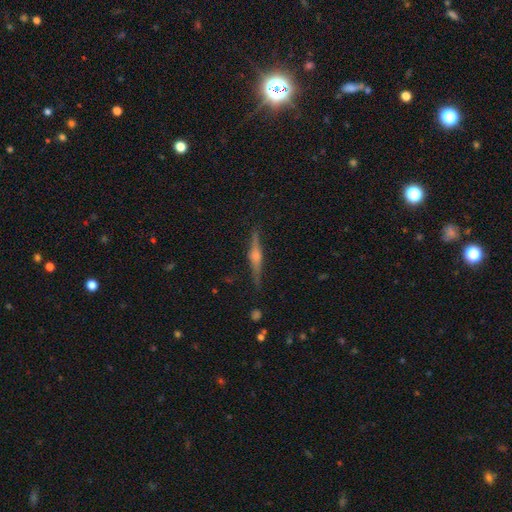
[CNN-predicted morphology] type=featured or disk (81%); edge-on=yes (98%); edge-on bulge=rounded (85%); merging=none (89%).